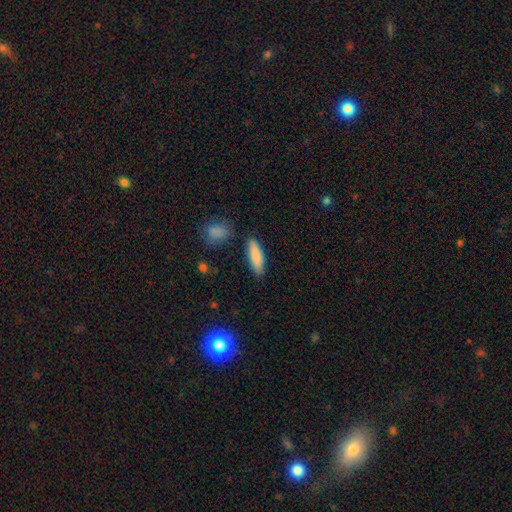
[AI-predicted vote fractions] This is clearly a smooth galaxy (85%). How rounded: possibly in between (50%). Merging: clearly none (82%).